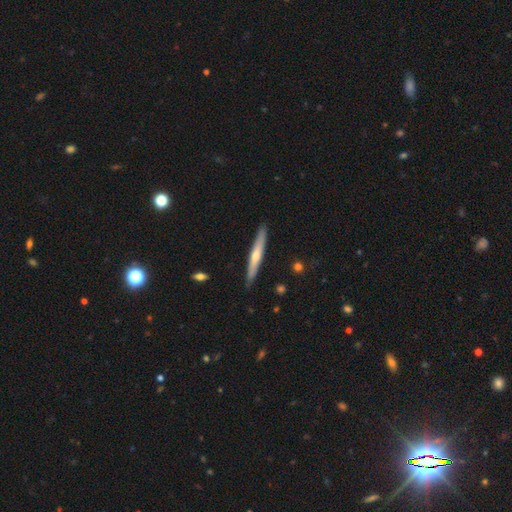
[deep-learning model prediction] Q: Smooth or featured?
A: featured or disk (58%); runner-up: smooth (36%)
Q: Edge-on disk?
A: yes (95%); runner-up: no (5%)
Q: Edge-on bulge?
A: rounded (76%); runner-up: none (21%)
Q: Merging?
A: none (90%); runner-up: minor disturbance (8%)